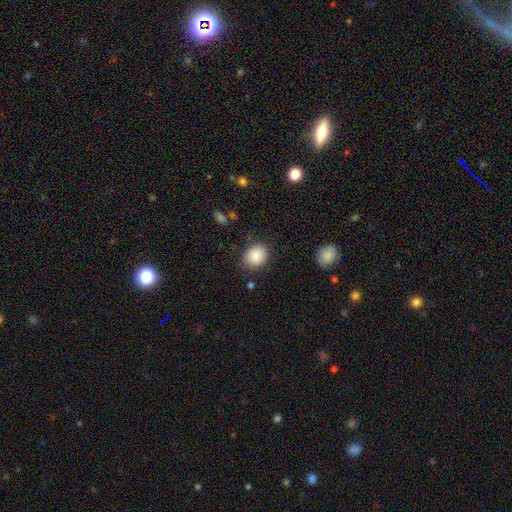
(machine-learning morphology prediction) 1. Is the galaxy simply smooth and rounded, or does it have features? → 85% smooth, 9% star or artifact, 6% featured or disk.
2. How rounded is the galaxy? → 59% round, 41% in between, 1% cigar-shaped.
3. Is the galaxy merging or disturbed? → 83% none, 12% minor disturbance, 3% major disturbance, 2% merger.